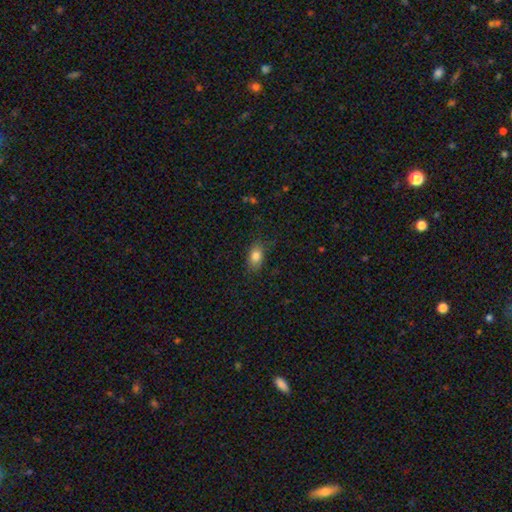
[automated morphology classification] The model was most divided on "merging": none: 80%, minor disturbance: 15%, major disturbance: 4%, merger: 1%. More confident: how rounded — in between (83%); smooth or featured — smooth (81%).